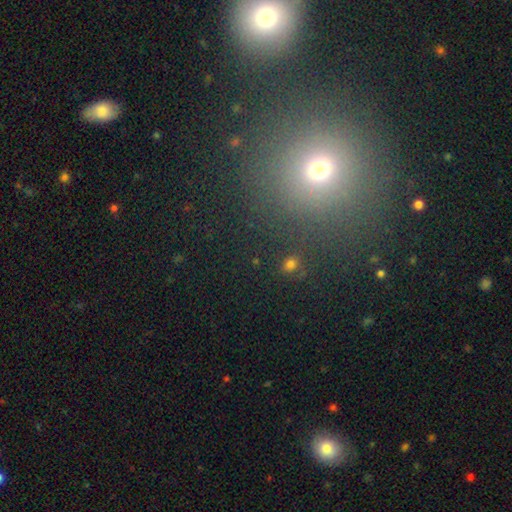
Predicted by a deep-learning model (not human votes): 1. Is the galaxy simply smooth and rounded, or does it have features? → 52% smooth, 40% star or artifact, 9% featured or disk.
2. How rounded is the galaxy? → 91% round, 7% in between, 1% cigar-shaped.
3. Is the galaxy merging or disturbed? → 85% none, 6% minor disturbance, 6% merger, 3% major disturbance.